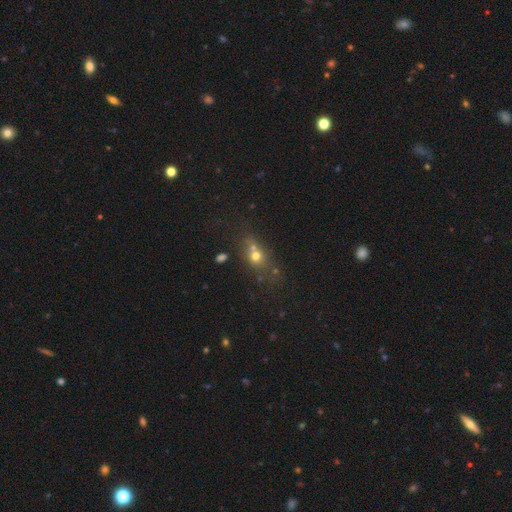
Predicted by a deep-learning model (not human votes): Smooth or featured: smooth — 62% (featured or disk — 19%)
How rounded: round — 59% (in between — 37%)
Merging: none — 43% (merger — 38%)